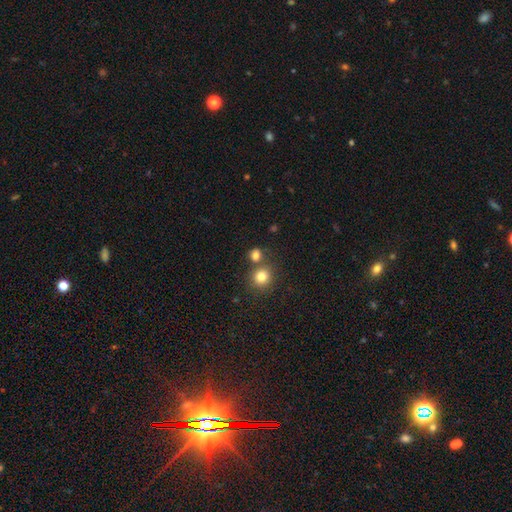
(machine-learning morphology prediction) smooth 80%, star or artifact 14%, featured or disk 7%. Down the decision tree: how rounded — round (82%); merging — none (63%).